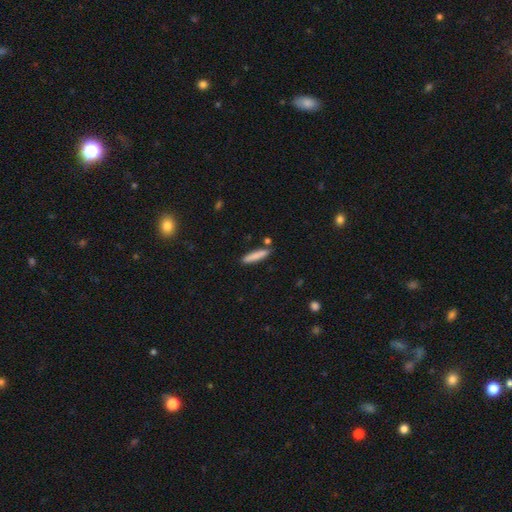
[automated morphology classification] This appears to be a smooth galaxy with no disk features (82%) that is cigar-shaped (87%). Merging: none (83%).